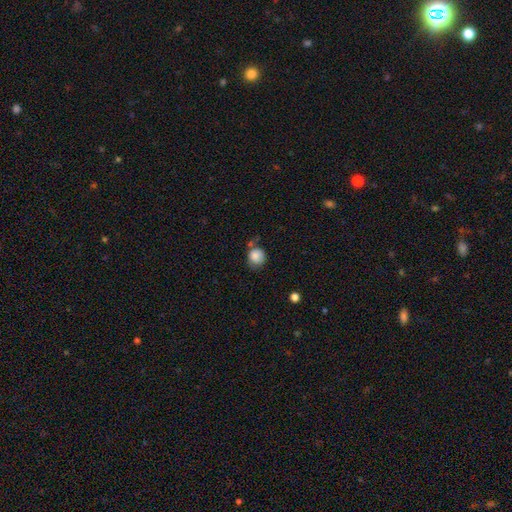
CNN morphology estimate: The model was most divided on "merging": none: 53%, minor disturbance: 25%, merger: 11%, major disturbance: 10%. More confident: smooth or featured — smooth (85%); how rounded — round (84%).